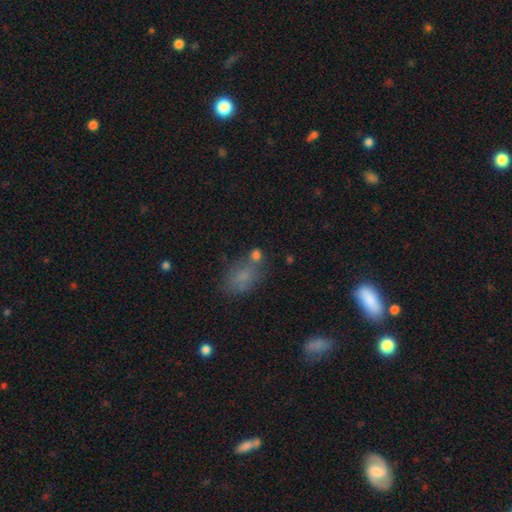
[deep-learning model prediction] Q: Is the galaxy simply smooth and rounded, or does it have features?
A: smooth — 51%.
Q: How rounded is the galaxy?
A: in between — 61%.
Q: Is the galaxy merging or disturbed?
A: none — 66%.